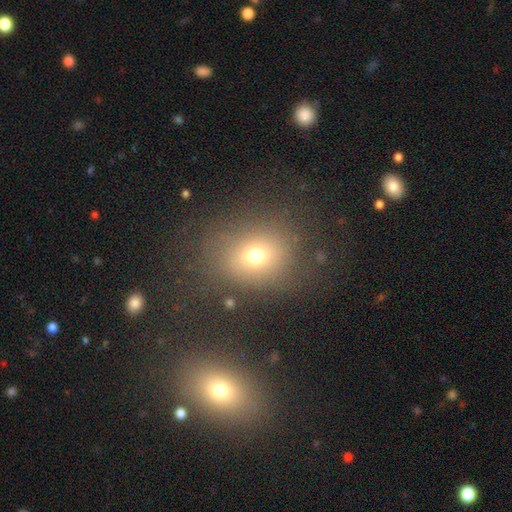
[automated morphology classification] smooth 69%, star or artifact 18%, featured or disk 13%. Down the decision tree: how rounded — round (62%); merging — none (73%).